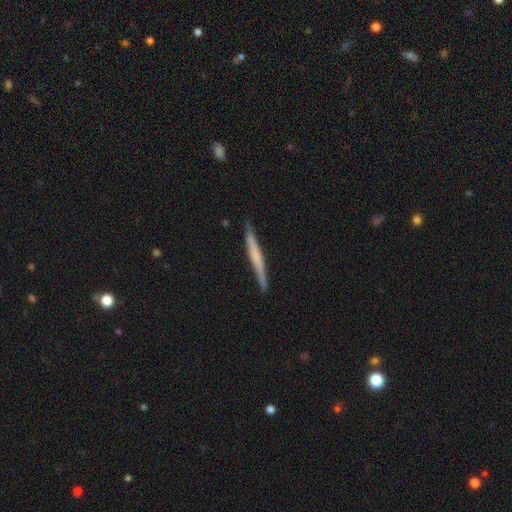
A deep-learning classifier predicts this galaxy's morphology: Smooth or featured? featured or disk (53%)
Edge-on disk? yes (97%)
Edge-on bulge? none (61%)
Merging? none (87%)